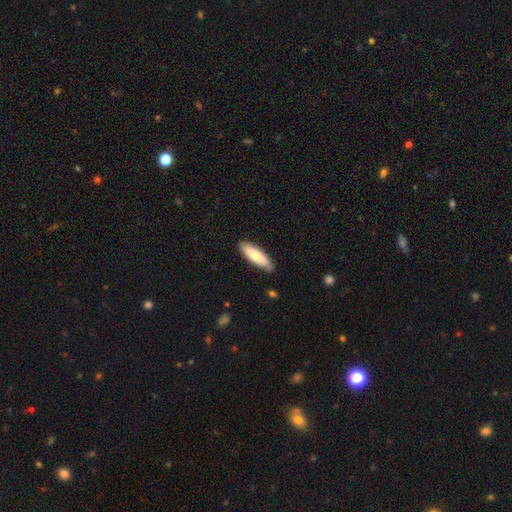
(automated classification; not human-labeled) This is likely a smooth galaxy (72%). How rounded: possibly in between (51%). Merging: clearly none (87%).